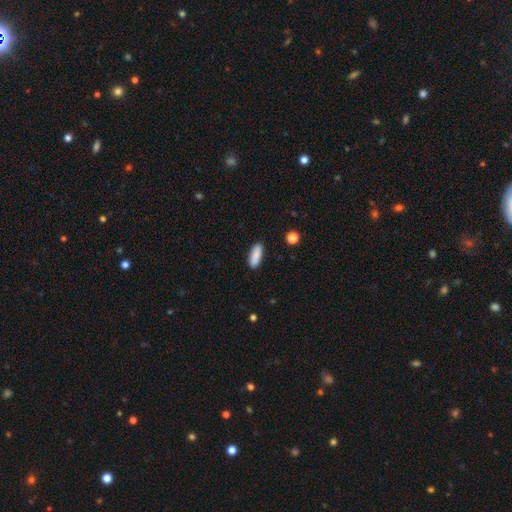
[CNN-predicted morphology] Smooth or featured? smooth (87%)
How rounded? in between (69%)
Merging? none (88%)